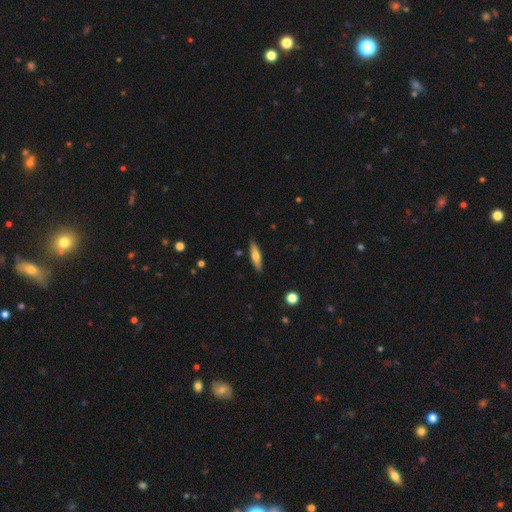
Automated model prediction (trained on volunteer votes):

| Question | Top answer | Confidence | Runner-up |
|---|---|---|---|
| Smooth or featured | smooth | 63% | featured or disk (30%) |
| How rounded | cigar-shaped | 70% | in between (29%) |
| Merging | none | 88% | minor disturbance (9%) |